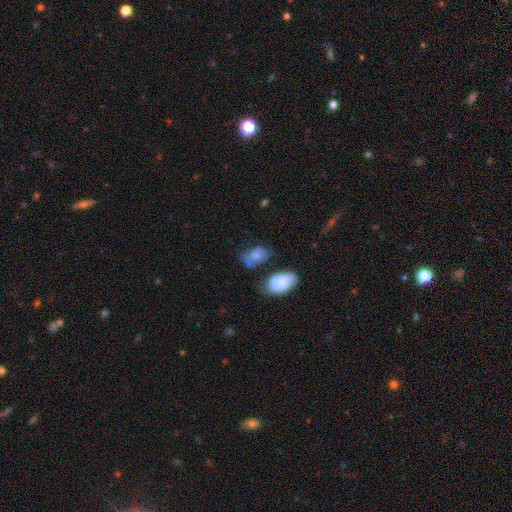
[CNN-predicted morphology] A smooth galaxy with no disk features (72%) that is in between round and cigar-shaped (84%). Merging: none (43%).